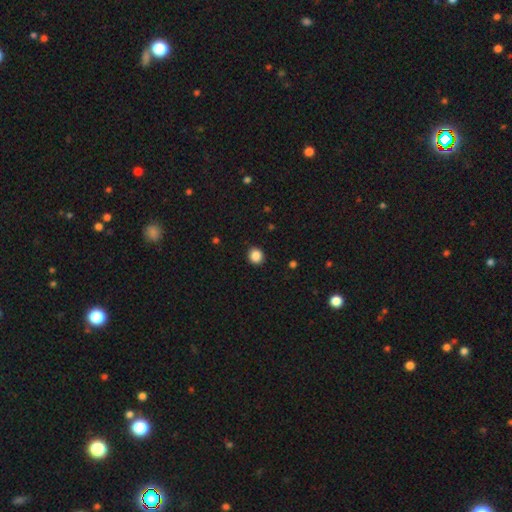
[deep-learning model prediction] The model was most divided on "how rounded": round: 87%, in between: 12%, cigar-shaped: 1%. More confident: merging — none (91%); smooth or featured — smooth (87%).